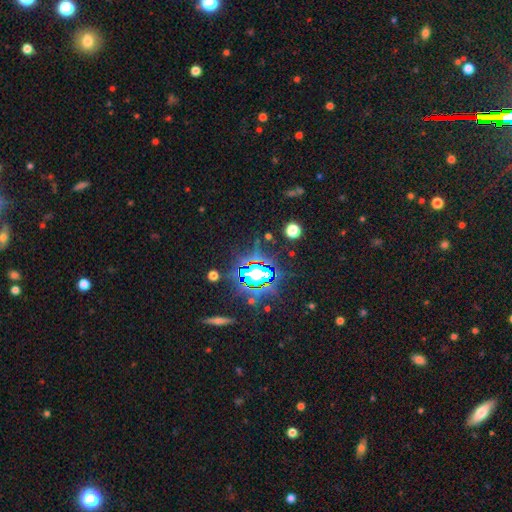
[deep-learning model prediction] Smooth or featured? Predicted: star or artifact (p=0.85).